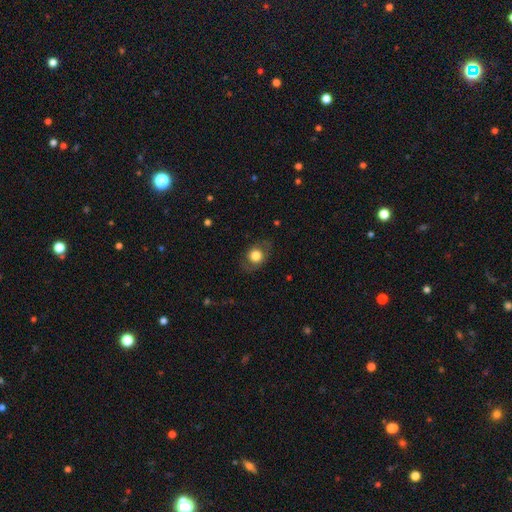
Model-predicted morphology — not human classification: Smooth or featured: smooth — 69% (featured or disk — 23%)
How rounded: in between — 53% (round — 46%)
Merging: none — 78% (minor disturbance — 15%)